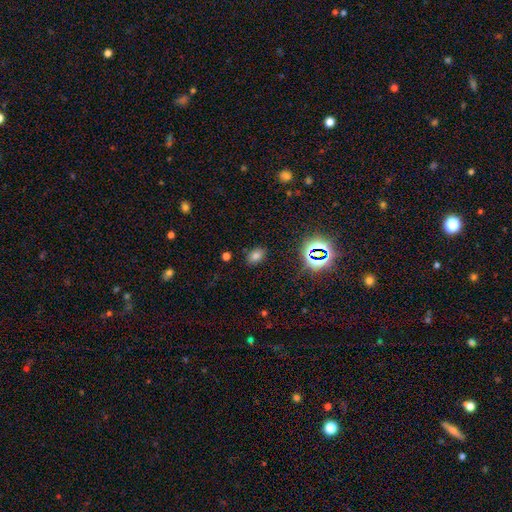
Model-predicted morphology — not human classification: Smooth or featured? Predicted: smooth (p=0.69). How rounded? Predicted: in between (p=0.78). Merging? Predicted: none (p=0.84).